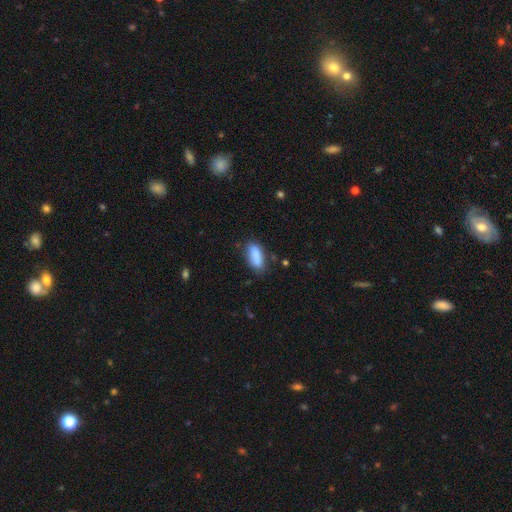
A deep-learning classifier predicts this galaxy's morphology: Smooth or featured?
  - smooth: 86% *
  - star or artifact: 7%
  - featured or disk: 6%
How rounded?
  - in between: 77% *
  - cigar-shaped: 20%
  - round: 2%
Merging?
  - none: 72% *
  - minor disturbance: 19%
  - major disturbance: 5%
  - merger: 3%